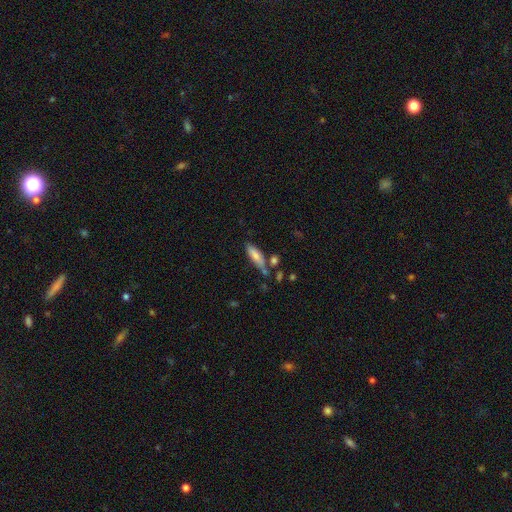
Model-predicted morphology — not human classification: A smooth galaxy with no disk features (75%) that is in between round and cigar-shaped (51%).

Vote fractions:
- Smooth or featured? smooth: 75% / featured or disk: 18% / star or artifact: 7%
- How rounded? in between: 51% / cigar-shaped: 47% / round: 2%
- Merging? none: 58% / minor disturbance: 21% / merger: 15% / major disturbance: 6%